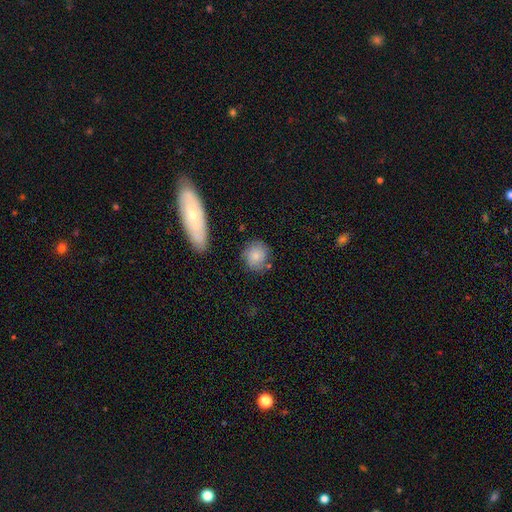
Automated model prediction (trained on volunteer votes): Smooth or featured? smooth (76%)
How rounded? round (84%)
Merging? none (71%)